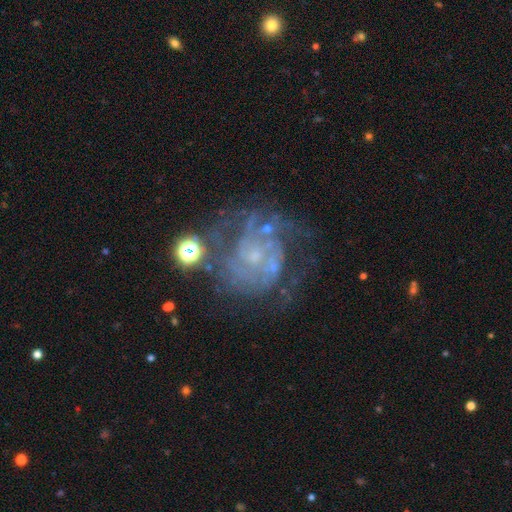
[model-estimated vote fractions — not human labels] Smooth or featured? Predicted: featured or disk (p=0.80). Edge-on disk? Predicted: no (p=0.98). Bar? Predicted: no (p=0.74). Spiral arms? Predicted: yes (p=0.86). Spiral winding? Predicted: tight (p=0.51). Spiral arm count? Predicted: can't tell (p=0.36). Bulge size? Predicted: small (p=0.67). Merging? Predicted: none (p=0.54).